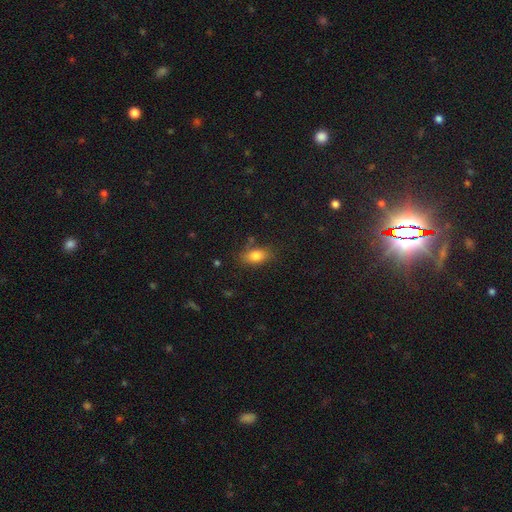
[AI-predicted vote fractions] A smooth galaxy with no disk features (82%) that is in between round and cigar-shaped (85%). Merging: none (77%).